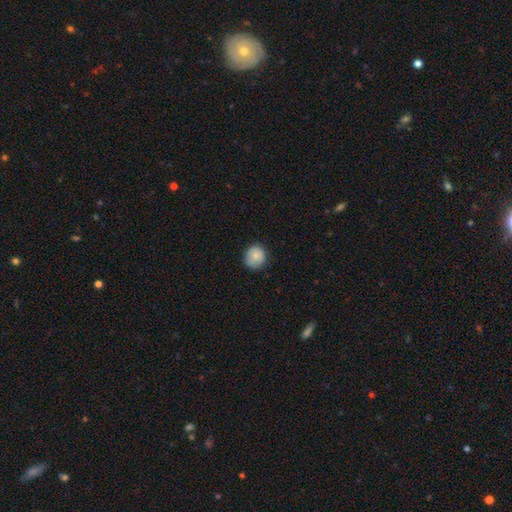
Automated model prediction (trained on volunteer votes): A smooth galaxy with no disk features (83%) that is round (86%). Merging: none (79%).